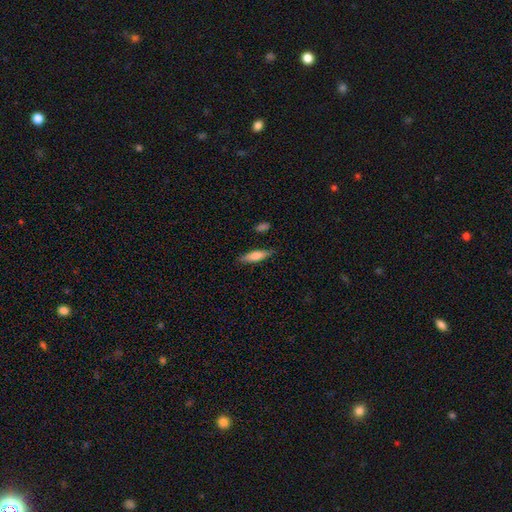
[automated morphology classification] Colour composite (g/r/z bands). It shows a smooth galaxy with no disk features (67%) that is cigar-shaped (67%). Merging: none (84%).